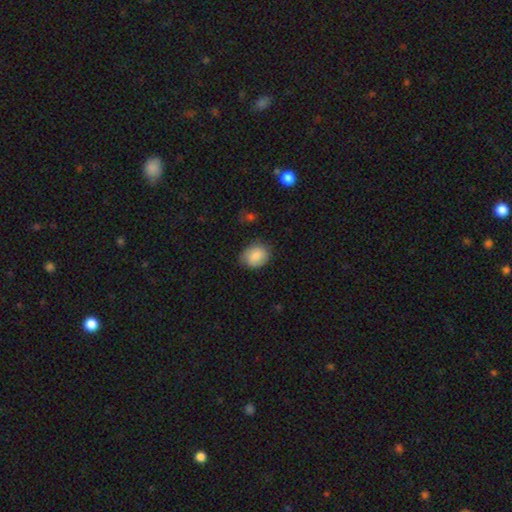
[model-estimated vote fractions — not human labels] Overall: smooth (83%). How rounded: in between (50%; round 49%). Merging: none (74%).